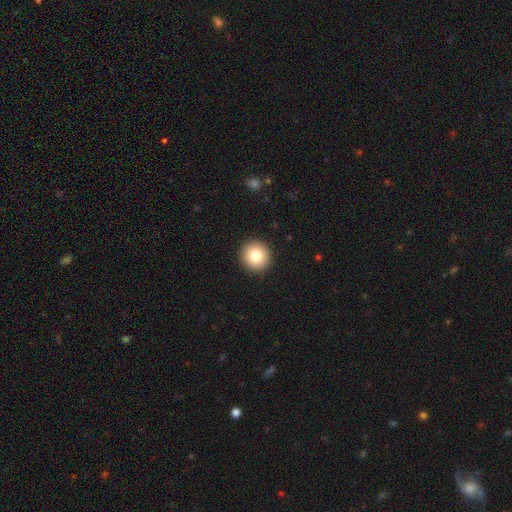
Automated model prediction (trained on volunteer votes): smooth_or_featured: smooth (p=0.83) [alt: star or artifact p=0.09]
how_rounded: round (p=0.94) [alt: in between p=0.05]
merging: none (p=0.93) [alt: minor disturbance p=0.05]